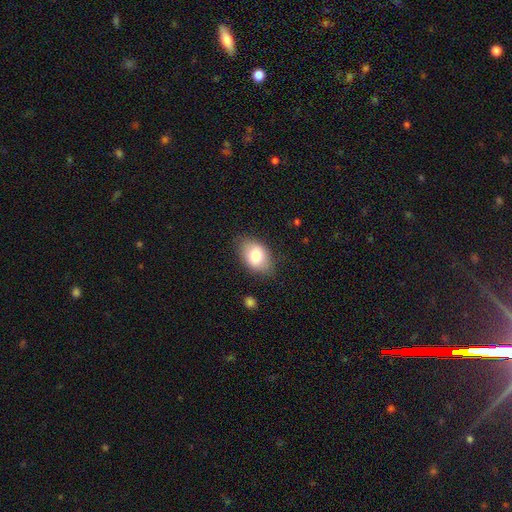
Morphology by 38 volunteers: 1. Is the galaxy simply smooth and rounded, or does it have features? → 71% smooth, 26% featured or disk, 3% star or artifact.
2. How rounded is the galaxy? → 96% in between, 4% cigar-shaped, 0% round.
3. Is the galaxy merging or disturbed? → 86% none, 11% minor disturbance, 3% major disturbance, 0% merger.